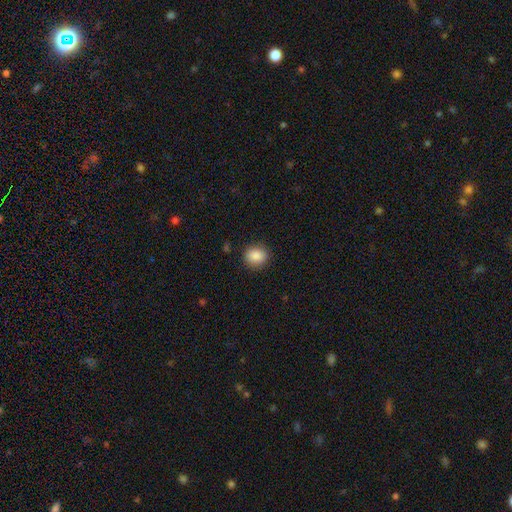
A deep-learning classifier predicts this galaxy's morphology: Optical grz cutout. It shows a smooth galaxy with no disk features (87%) that is round (74%). Merging: none (89%).